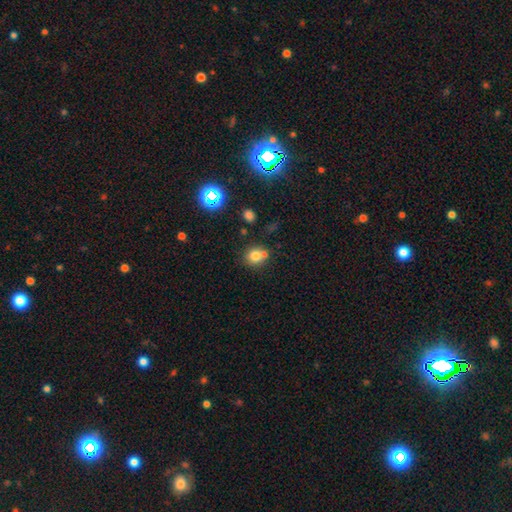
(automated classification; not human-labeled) This is likely a smooth galaxy (76%). How rounded: likely round (79%). Merging: possibly none (57%).